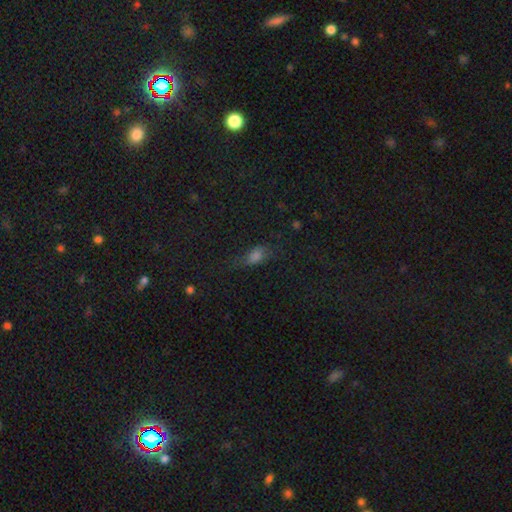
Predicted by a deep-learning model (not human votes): The model was most divided on "merging": none: 52%, minor disturbance: 28%, major disturbance: 17%, merger: 3%. More confident: how rounded — in between (75%); smooth or featured — smooth (66%).